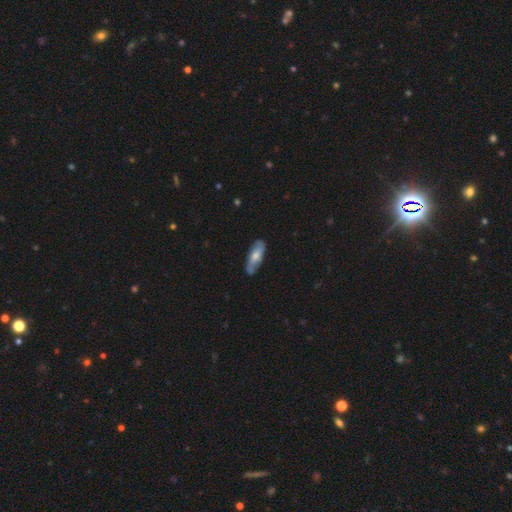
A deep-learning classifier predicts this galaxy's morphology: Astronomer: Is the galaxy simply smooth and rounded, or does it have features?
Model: smooth — 50% (runner-up: featured or disk, 45%).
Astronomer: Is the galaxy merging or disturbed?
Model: none — 78%.